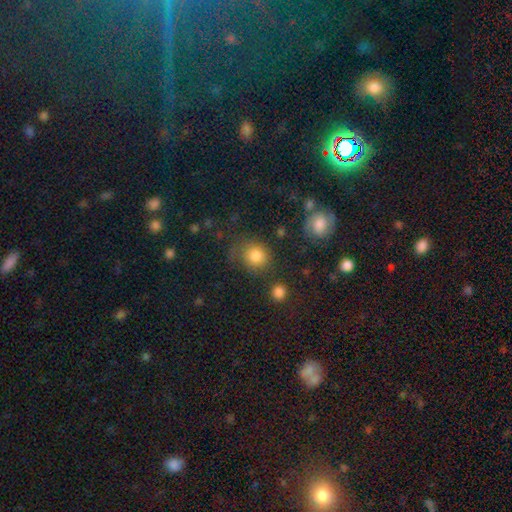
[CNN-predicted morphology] smooth 82%, star or artifact 12%, featured or disk 6%. Down the decision tree: how rounded — round (82%); merging — none (70%).